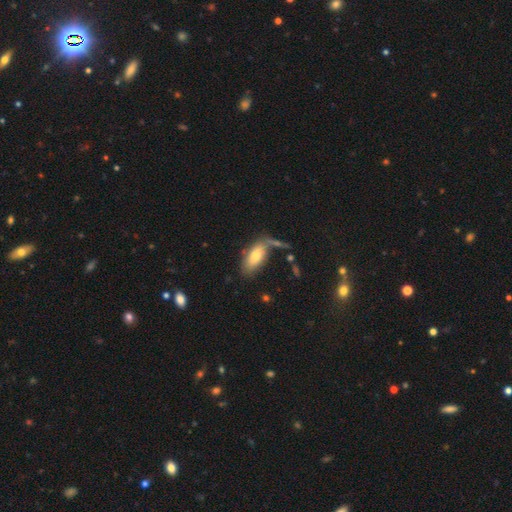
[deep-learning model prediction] The model was most divided on "merging": none: 62%, minor disturbance: 18%, merger: 14%, major disturbance: 7%. More confident: how rounded — in between (89%); smooth or featured — smooth (73%).